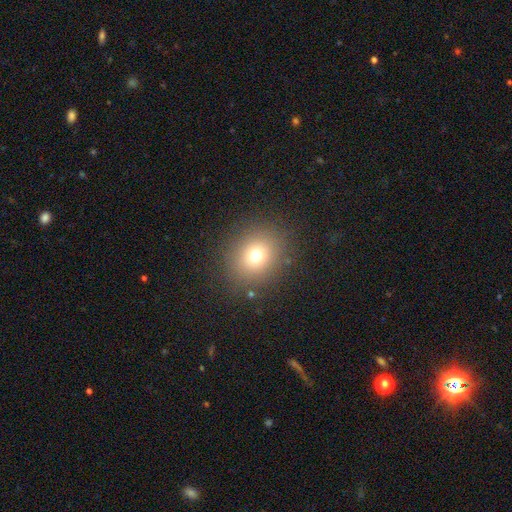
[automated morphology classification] Smooth or featured: smooth — 71% (star or artifact — 18%)
How rounded: round — 78% (in between — 21%)
Merging: none — 86% (minor disturbance — 8%)